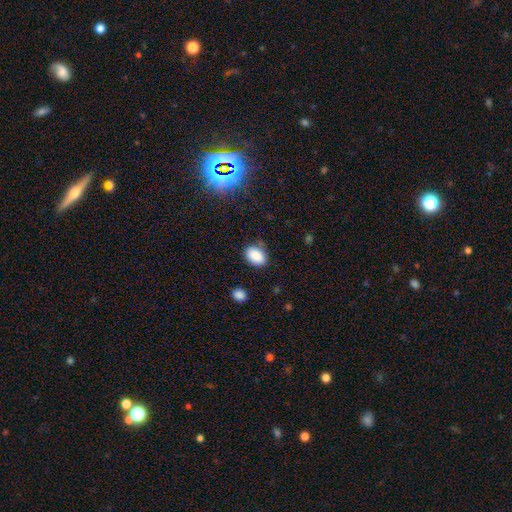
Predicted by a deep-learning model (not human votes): Overall: smooth (87%). How rounded: in between (80%). Merging: none (76%).